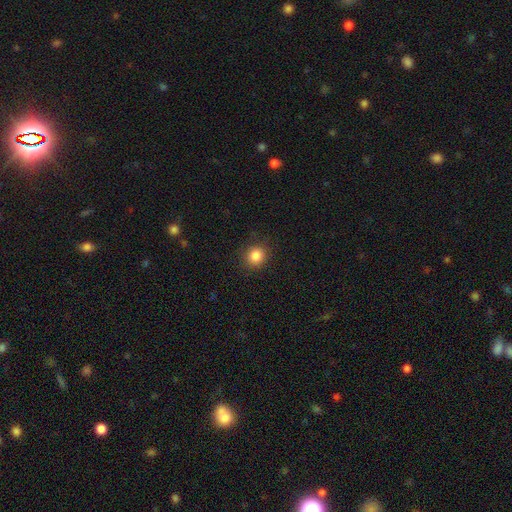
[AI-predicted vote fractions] Smooth or featured? Predicted: smooth (p=0.85). How rounded? Predicted: round (p=0.85). Merging? Predicted: none (p=0.88).